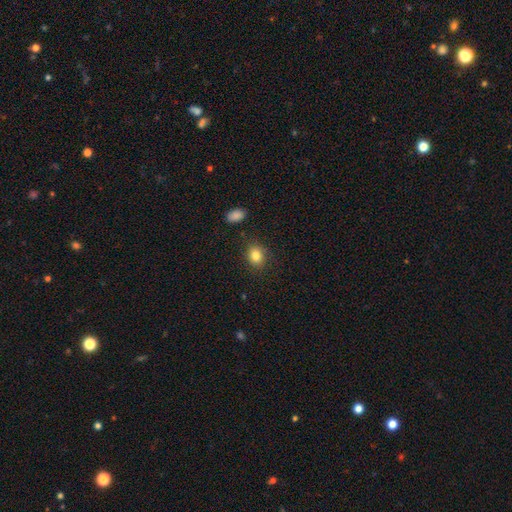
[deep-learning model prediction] This appears to be a smooth galaxy with no disk features (84%) that is round (56%). Merging: none (84%).